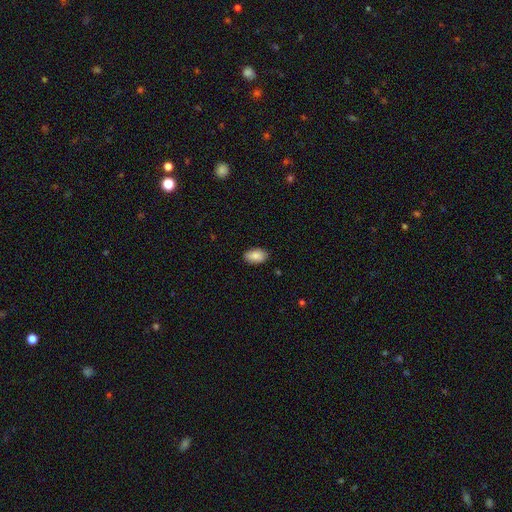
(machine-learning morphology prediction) This is clearly a smooth galaxy (86%). How rounded: clearly in between (92%). Merging: clearly none (87%).